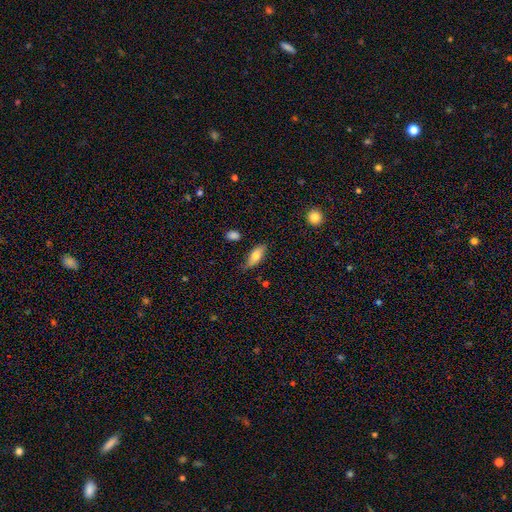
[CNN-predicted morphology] Q: Smooth or featured?
A: smooth (70%); runner-up: featured or disk (23%)
Q: How rounded?
A: in between (79%); runner-up: cigar-shaped (18%)
Q: Merging?
A: none (73%); runner-up: minor disturbance (21%)